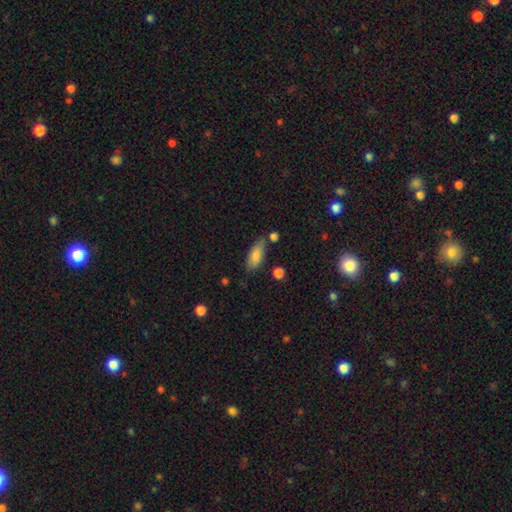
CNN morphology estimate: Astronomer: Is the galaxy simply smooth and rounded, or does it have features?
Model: smooth — 79%.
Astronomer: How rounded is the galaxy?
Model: in between — 80%.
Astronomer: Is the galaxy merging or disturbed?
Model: none — 69%.